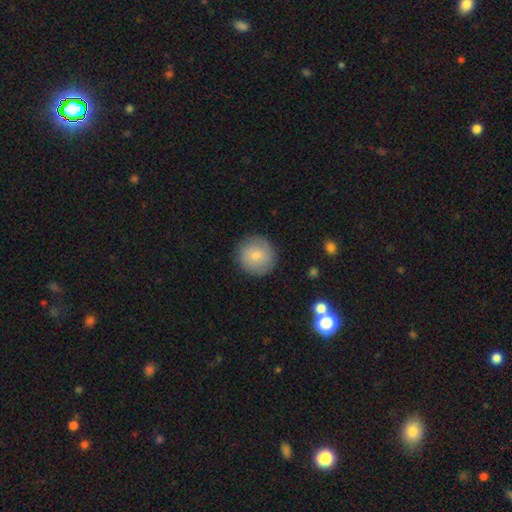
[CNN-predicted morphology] This is likely a smooth galaxy (76%). How rounded: clearly round (94%). Merging: clearly none (87%).